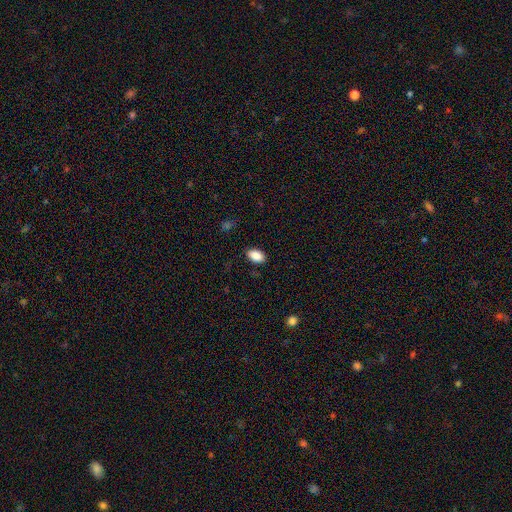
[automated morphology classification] This appears to be a smooth galaxy with no disk features (89%) that is in between round and cigar-shaped (93%). Merging: none (86%).